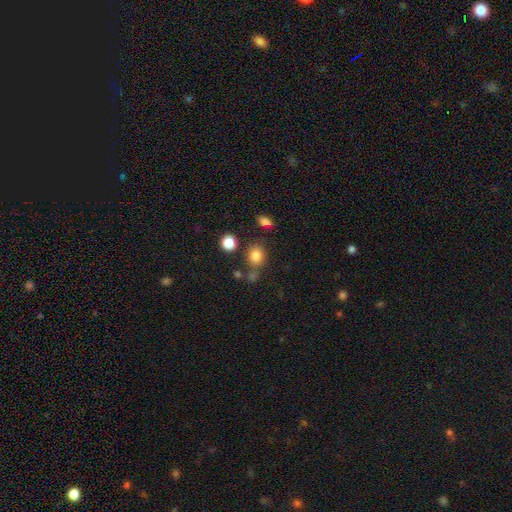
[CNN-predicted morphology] Smooth or featured? Predicted: smooth (p=0.81). How rounded? Predicted: round (p=0.71). Merging? Predicted: none (p=0.72).